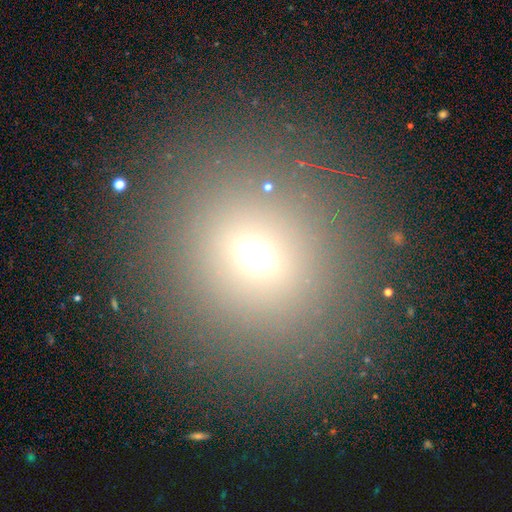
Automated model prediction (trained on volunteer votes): The model was most divided on "smooth or featured": smooth: 57%, star or artifact: 27%, featured or disk: 15%. More confident: merging — none (84%); how rounded — round (71%).